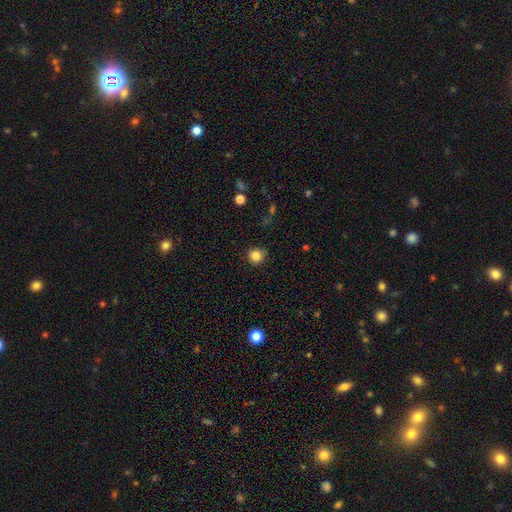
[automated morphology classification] A smooth galaxy with no disk features (83%) that is round (92%).

Vote fractions:
- Smooth or featured? smooth: 83% / star or artifact: 11% / featured or disk: 5%
- How rounded? round: 92% / in between: 7% / cigar-shaped: 1%
- Merging? none: 84% / minor disturbance: 11% / major disturbance: 3% / merger: 1%